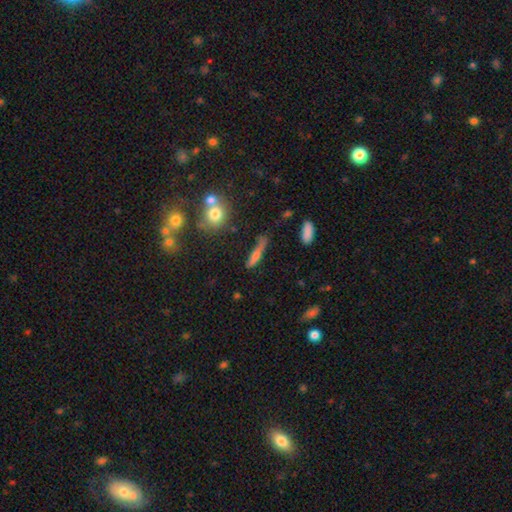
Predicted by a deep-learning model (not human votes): smooth_or_featured: smooth (p=0.56) [alt: featured or disk p=0.34]
how_rounded: cigar-shaped (p=0.81) [alt: in between p=0.15]
merging: none (p=0.60) [alt: minor disturbance p=0.23]